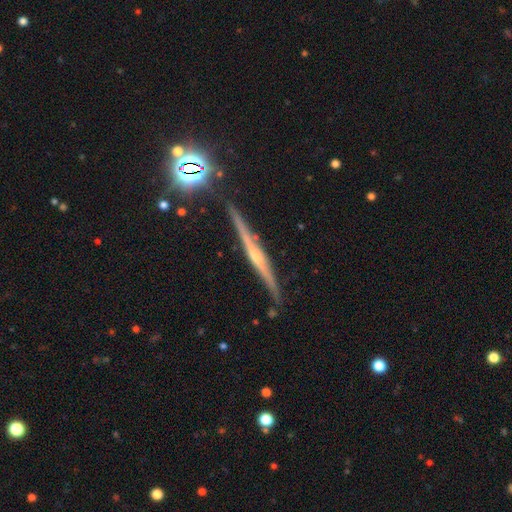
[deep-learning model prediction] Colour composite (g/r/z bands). It shows a featured or disk galaxy (77%) viewed edge-on (98%) with a rounded central bulge (67%). Merging: none (87%).